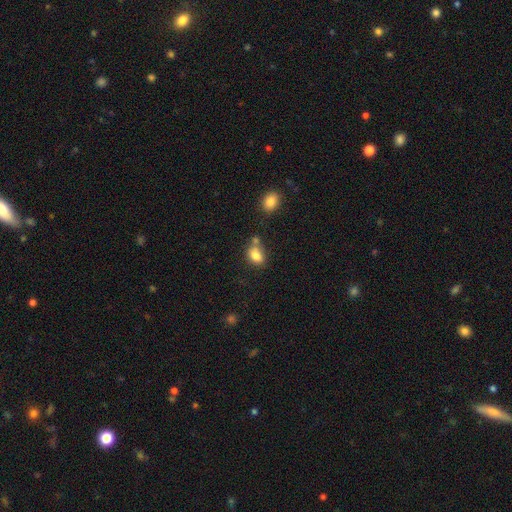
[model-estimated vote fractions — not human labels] The model was most divided on "merging": none: 53%, merger: 26%, minor disturbance: 16%, major disturbance: 5%. More confident: smooth or featured — smooth (81%); how rounded — in between (70%).